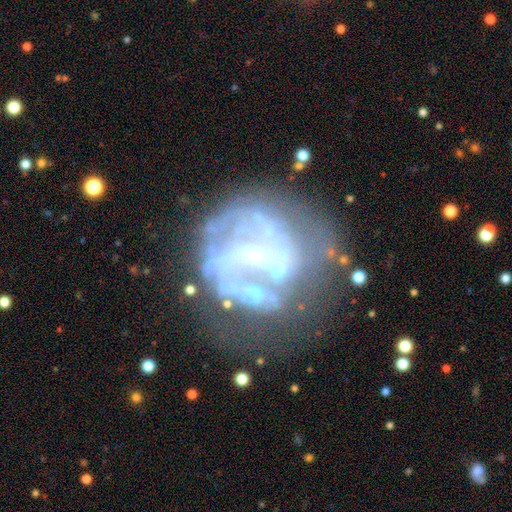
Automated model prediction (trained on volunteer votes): A featured or disk galaxy (76%) with no bar (44%), no spiral arms (50%, tied with yes) and a small central bulge (47%). Merging: none (44%).